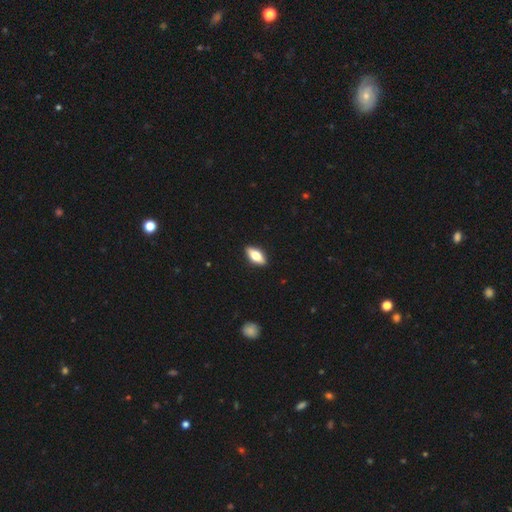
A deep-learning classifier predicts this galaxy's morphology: Smooth or featured? smooth (68%)
How rounded? in between (83%)
Merging? none (90%)